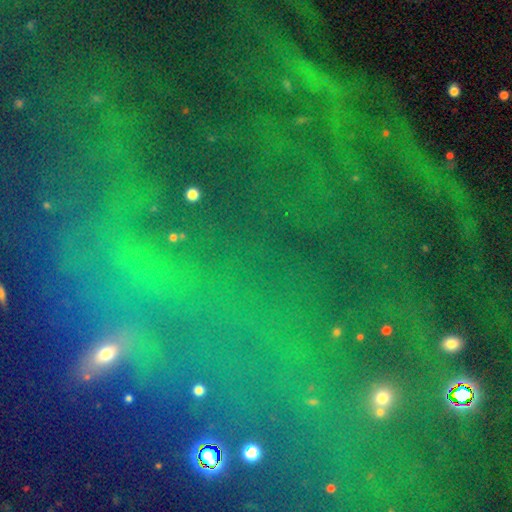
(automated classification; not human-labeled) The model was most divided on "smooth or featured": star or artifact: 76%, featured or disk: 12%, smooth: 12%.